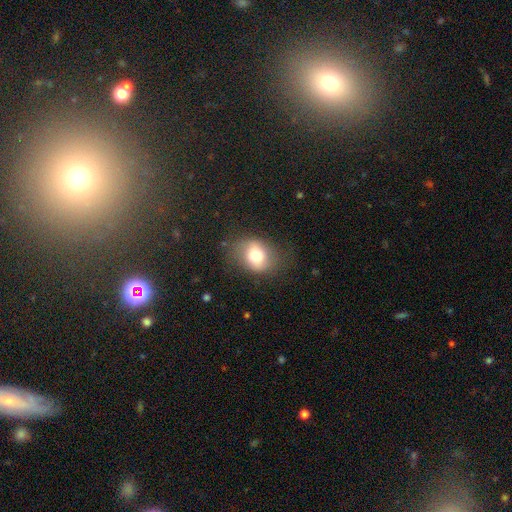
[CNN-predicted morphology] smooth_or_featured: smooth (p=0.72) [alt: featured or disk p=0.19]
how_rounded: in between (p=0.58) [alt: round p=0.40]
merging: none (p=0.70) [alt: minor disturbance p=0.20]